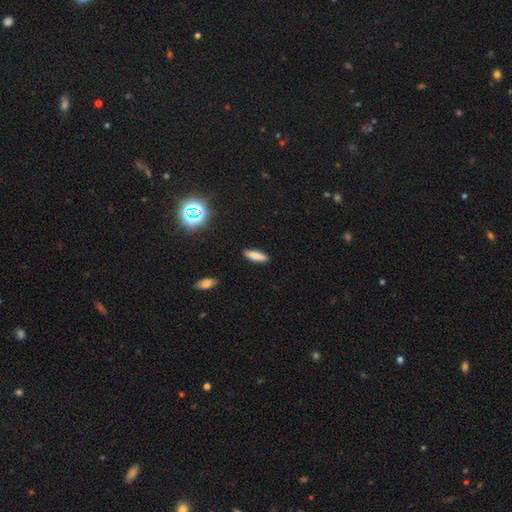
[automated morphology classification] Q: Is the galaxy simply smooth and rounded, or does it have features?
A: smooth — 81%.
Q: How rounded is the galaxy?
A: cigar-shaped — 54%.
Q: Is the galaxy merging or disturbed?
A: none — 90%.